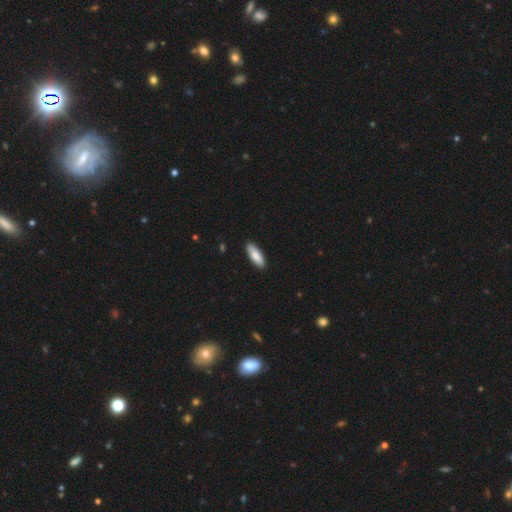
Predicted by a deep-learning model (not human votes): smooth_or_featured: smooth (p=0.85) [alt: featured or disk p=0.10]
how_rounded: in between (p=0.57) [alt: cigar-shaped p=0.42]
merging: none (p=0.90) [alt: minor disturbance p=0.08]